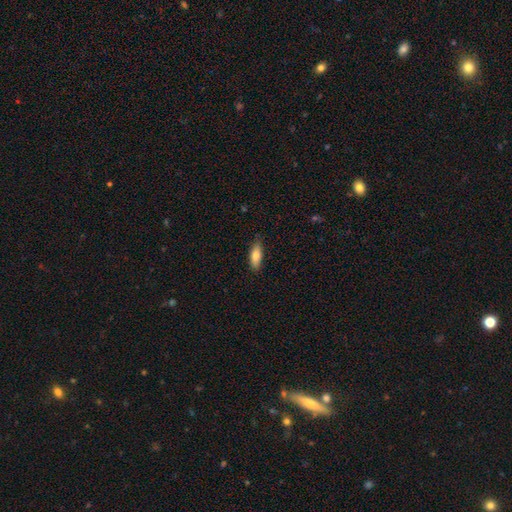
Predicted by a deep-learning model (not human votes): A smooth galaxy with no disk features (80%) that is in between round and cigar-shaped (66%).

Vote fractions:
- Smooth or featured? smooth: 80% / featured or disk: 14% / star or artifact: 6%
- How rounded? in between: 66% / cigar-shaped: 31% / round: 2%
- Merging? none: 82% / minor disturbance: 14% / major disturbance: 2% / merger: 1%